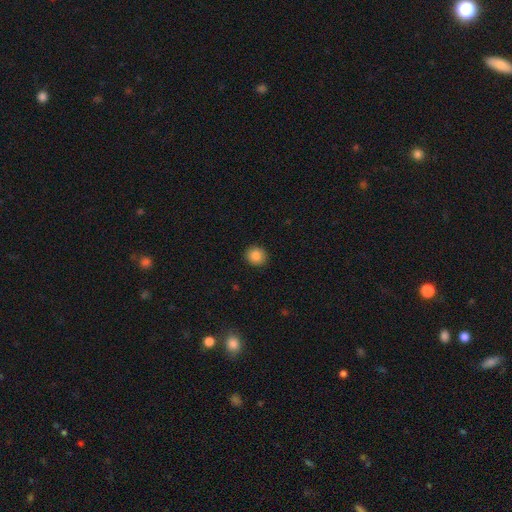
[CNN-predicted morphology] A smooth galaxy with no disk features (86%) that is round (86%).

Vote fractions:
- Smooth or featured? smooth: 86% / star or artifact: 9% / featured or disk: 5%
- How rounded? round: 86% / in between: 13% / cigar-shaped: 1%
- Merging? none: 91% / minor disturbance: 6% / major disturbance: 2% / merger: 1%